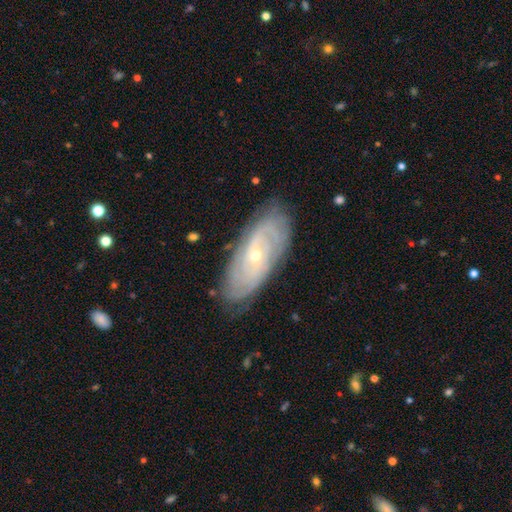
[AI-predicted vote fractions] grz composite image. It shows a featured or disk galaxy (82%) with no bar (70%), tight (74%) spiral arms (94%) and a small central bulge (76%). Merging: none (82%).